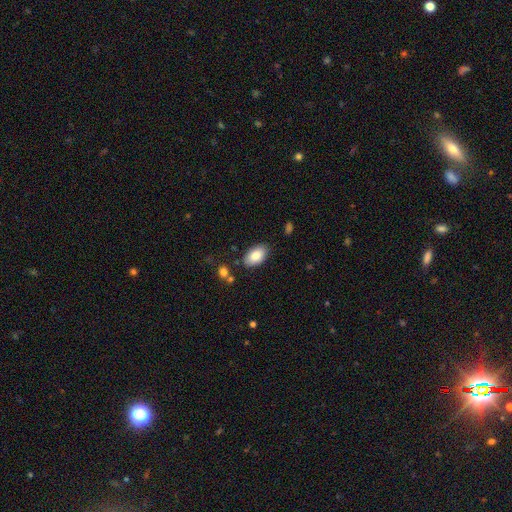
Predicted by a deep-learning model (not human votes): The model was most divided on "merging": none: 84%, minor disturbance: 11%, major disturbance: 3%, merger: 2%. More confident: how rounded — in between (94%); smooth or featured — smooth (85%).